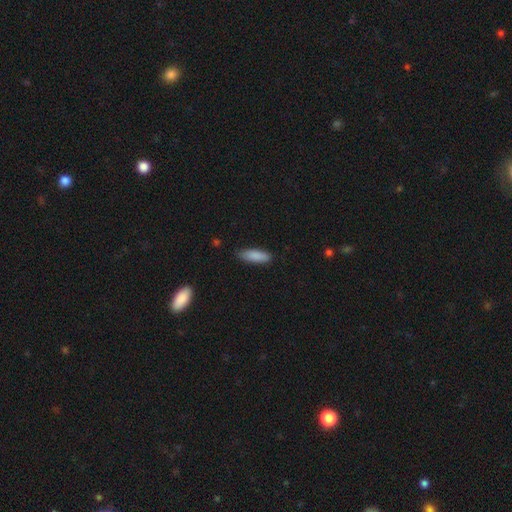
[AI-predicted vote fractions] Morphology: type=smooth (87%); roundness=in between (51%); merging=none (82%).